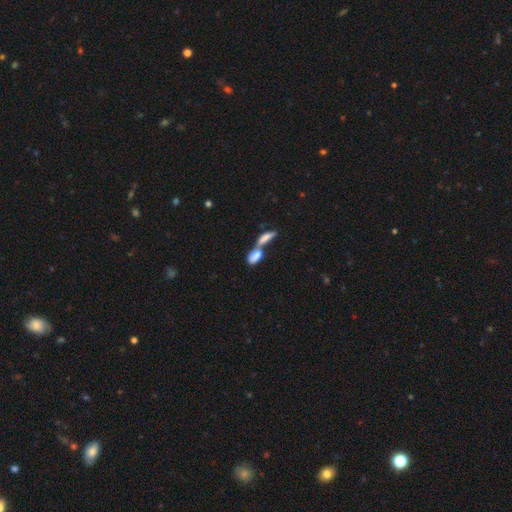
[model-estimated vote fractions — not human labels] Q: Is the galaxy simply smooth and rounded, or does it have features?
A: smooth — 74%.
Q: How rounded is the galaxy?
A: in between — 78%.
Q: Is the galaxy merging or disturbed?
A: merger — 73%.